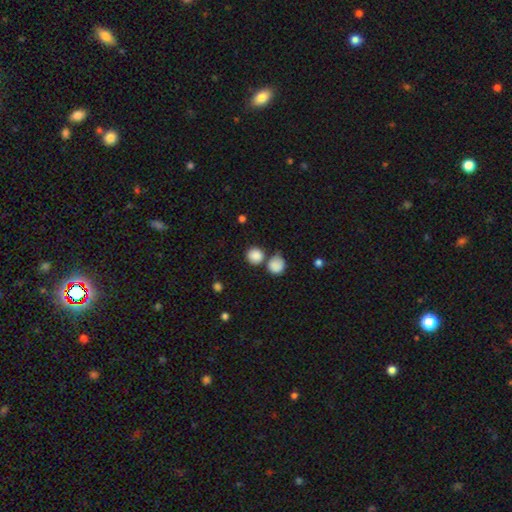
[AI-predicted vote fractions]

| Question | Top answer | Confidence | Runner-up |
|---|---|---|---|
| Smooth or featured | smooth | 86% | star or artifact (10%) |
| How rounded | round | 90% | in between (9%) |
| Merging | none | 64% | merger (23%) |